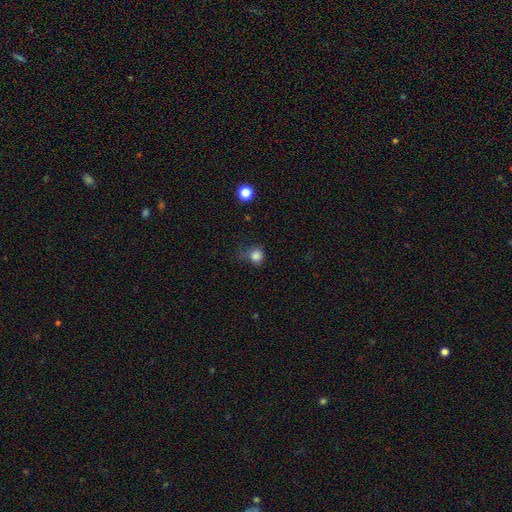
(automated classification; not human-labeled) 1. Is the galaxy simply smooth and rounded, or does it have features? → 82% smooth, 13% star or artifact, 5% featured or disk.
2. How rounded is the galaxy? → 84% round, 15% in between, 1% cigar-shaped.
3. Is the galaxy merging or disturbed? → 55% none, 29% minor disturbance, 14% major disturbance, 3% merger.